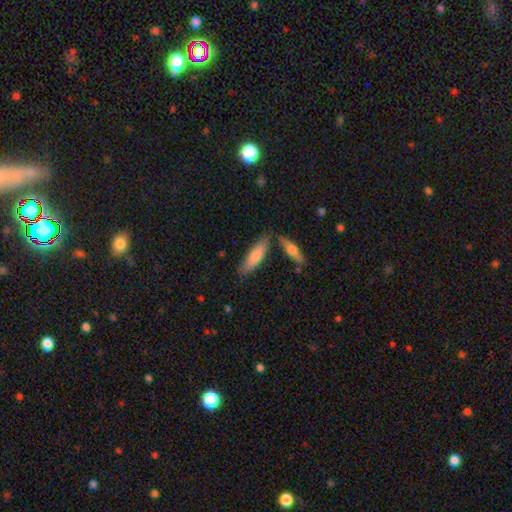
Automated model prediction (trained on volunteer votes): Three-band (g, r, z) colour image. It shows a smooth galaxy with no disk features (72%) that is cigar-shaped (62%). Merging: none (74%).